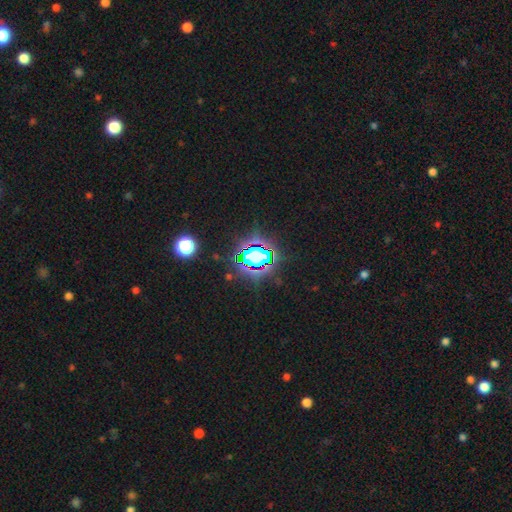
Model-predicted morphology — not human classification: Smooth or featured?
  - star or artifact: 74% *
  - smooth: 17%
  - featured or disk: 10%